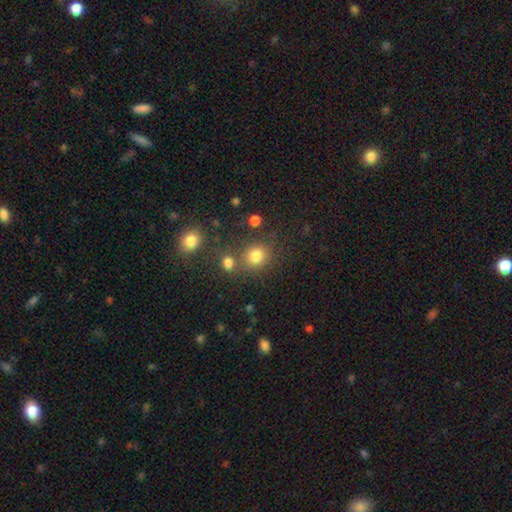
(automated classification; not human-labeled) smooth-or-featured: smooth: 80% | star or artifact: 14% | featured or disk: 6%
  how-rounded: round: 79% | in between: 20% | cigar-shaped: 1%
  merging: none: 69% | merger: 17% | minor disturbance: 10% | major disturbance: 4%